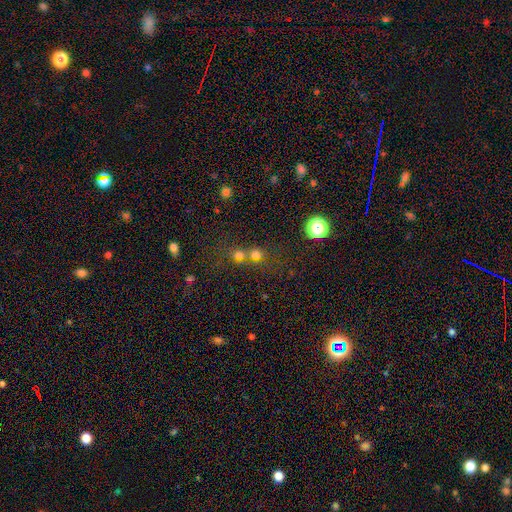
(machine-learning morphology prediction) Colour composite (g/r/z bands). It shows a smooth galaxy with no disk features (67%) that is round (85%). Merging: merger (46%).